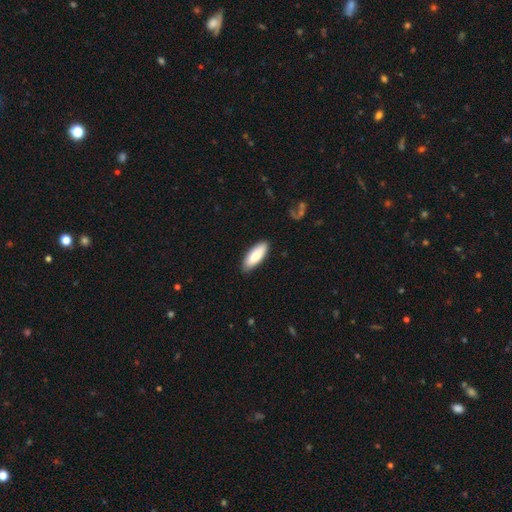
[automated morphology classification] Smooth or featured: smooth — 86% (featured or disk — 8%)
How rounded: in between — 70% (cigar-shaped — 29%)
Merging: none — 86% (minor disturbance — 11%)